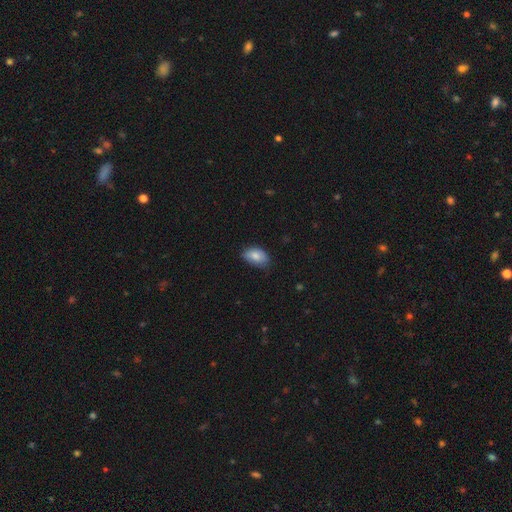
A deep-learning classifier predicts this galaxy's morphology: Smooth or featured: smooth — 83% (featured or disk — 10%)
How rounded: in between — 92% (round — 7%)
Merging: none — 65% (minor disturbance — 29%)